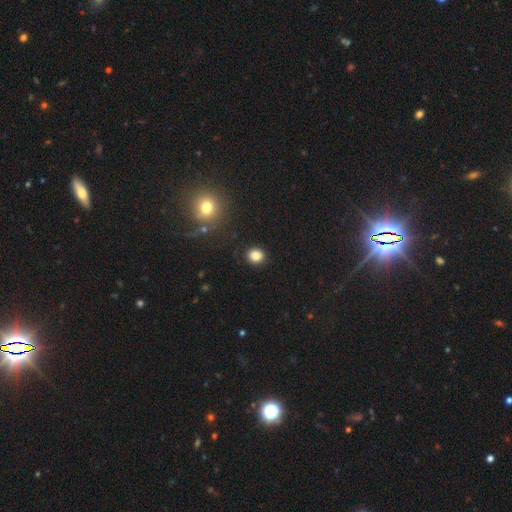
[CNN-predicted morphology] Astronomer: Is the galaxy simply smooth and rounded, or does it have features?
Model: smooth — 85%.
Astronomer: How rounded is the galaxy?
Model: round — 78%.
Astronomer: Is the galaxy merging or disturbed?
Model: none — 90%.